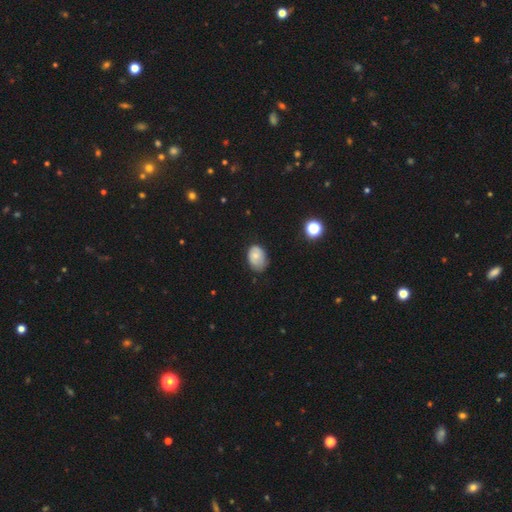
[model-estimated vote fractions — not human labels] smooth_or_featured: smooth (p=0.69) [alt: featured or disk p=0.22]
how_rounded: in between (p=0.79) [alt: round p=0.20]
merging: none (p=0.61) [alt: minor disturbance p=0.30]